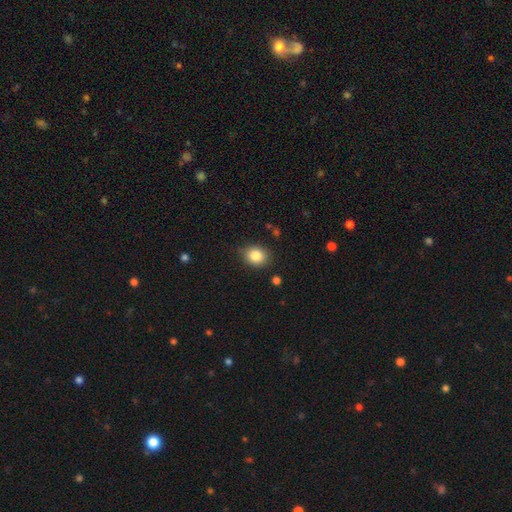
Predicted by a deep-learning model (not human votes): This appears to be a smooth galaxy with no disk features (84%) that is round (62%). Merging: none (81%).